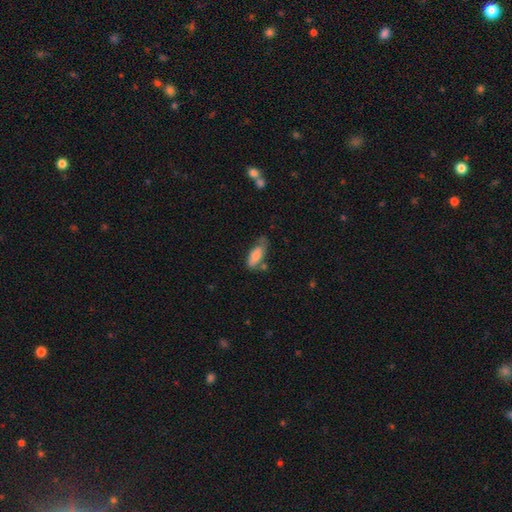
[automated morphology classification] type=smooth (80%); roundness=in between (76%); merging=none (48%).